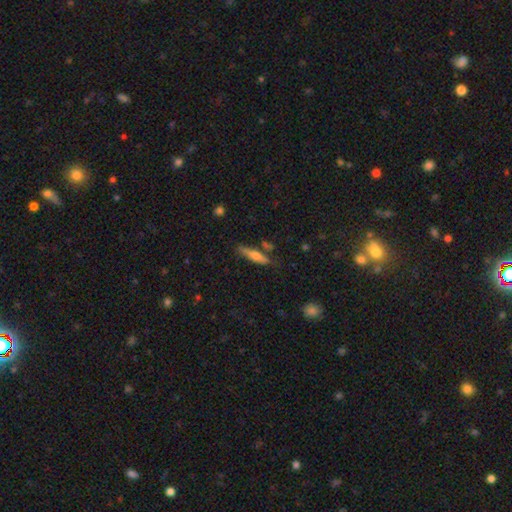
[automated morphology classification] This appears to be a smooth galaxy with no disk features (55%) that is cigar-shaped (79%). Merging: none (73%).